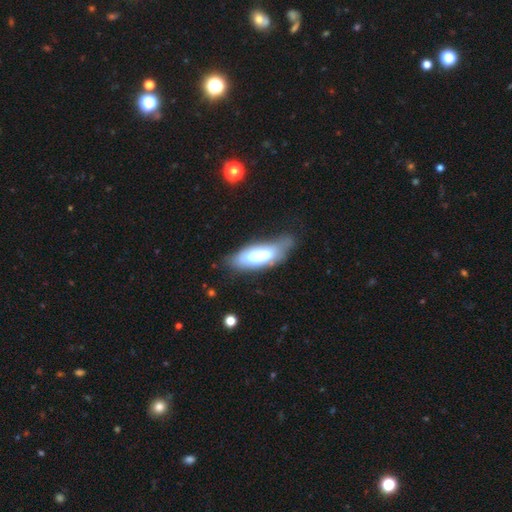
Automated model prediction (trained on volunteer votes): A smooth galaxy with no disk features (59%) that is in between round and cigar-shaped (65%).

Vote fractions:
- Smooth or featured? smooth: 59% / featured or disk: 34% / star or artifact: 7%
- How rounded? in between: 65% / cigar-shaped: 33% / round: 2%
- Merging? none: 54% / minor disturbance: 27% / major disturbance: 15% / merger: 4%